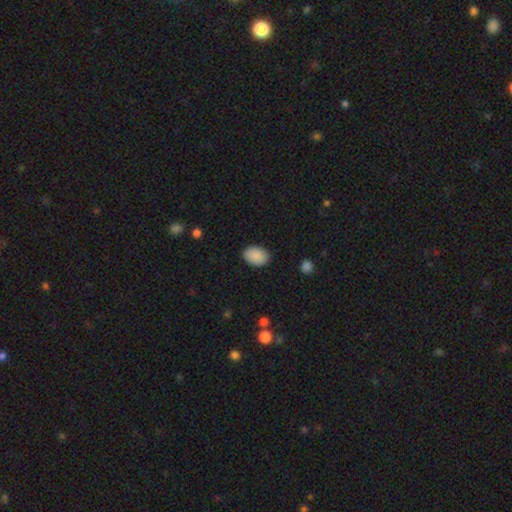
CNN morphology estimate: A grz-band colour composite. It shows a smooth galaxy with no disk features (90%) that is in between round and cigar-shaped (81%). Merging: none (87%).